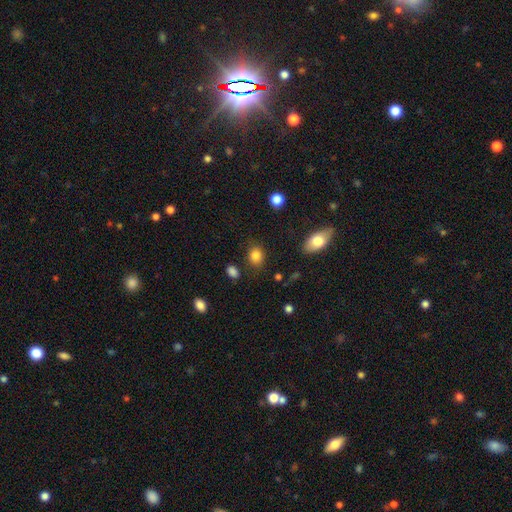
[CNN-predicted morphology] Smooth or featured?
  - smooth: 85% *
  - star or artifact: 10%
  - featured or disk: 6%
How rounded?
  - round: 50% *
  - in between: 49%
  - cigar-shaped: 1%
Merging?
  - none: 82% *
  - minor disturbance: 12%
  - major disturbance: 4%
  - merger: 3%